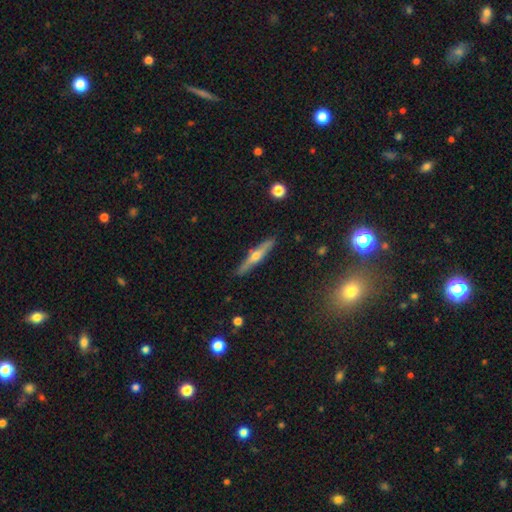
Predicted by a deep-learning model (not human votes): Smooth or featured? Predicted: featured or disk (p=0.67). Edge-on disk? Predicted: yes (p=0.96). Edge-on bulge? Predicted: rounded (p=0.90). Merging? Predicted: none (p=0.89).